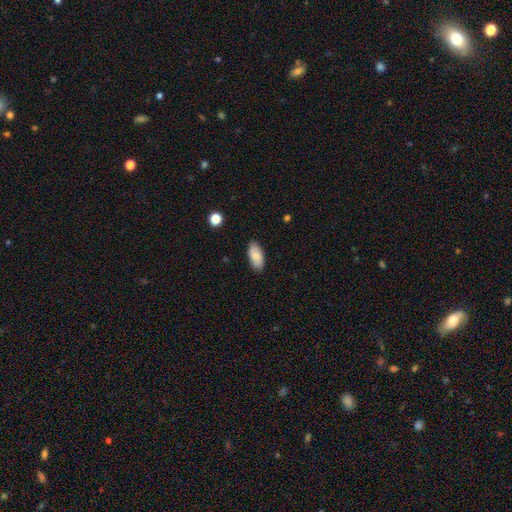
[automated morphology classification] Smooth or featured: smooth — 81% (featured or disk — 13%)
How rounded: in between — 91% (cigar-shaped — 6%)
Merging: none — 86% (minor disturbance — 11%)